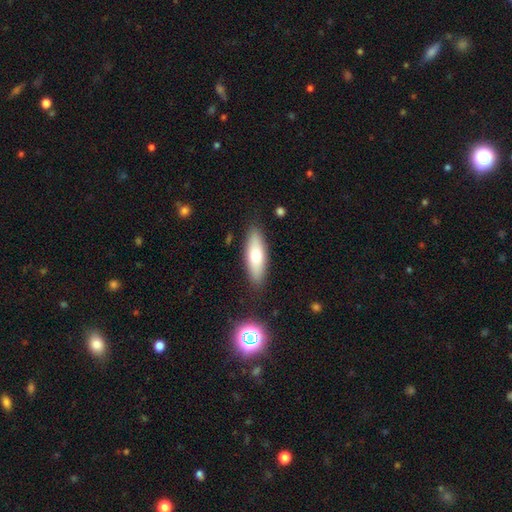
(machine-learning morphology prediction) smooth 67%, featured or disk 27%, star or artifact 7%. Down the decision tree: how rounded — in between (54%); merging — none (86%).